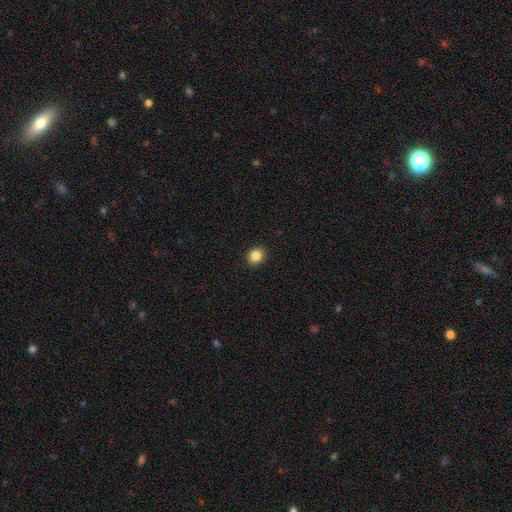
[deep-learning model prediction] This is clearly a smooth galaxy (85%). How rounded: likely round (74%). Merging: clearly none (92%).